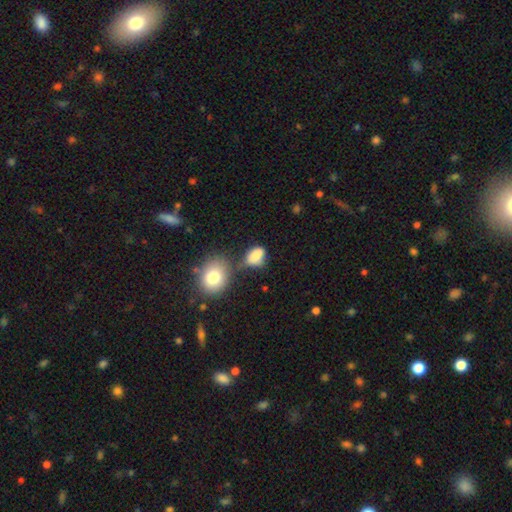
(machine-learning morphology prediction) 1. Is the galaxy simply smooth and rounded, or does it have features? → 80% smooth, 10% star or artifact, 10% featured or disk.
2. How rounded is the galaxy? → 78% in between, 20% round, 2% cigar-shaped.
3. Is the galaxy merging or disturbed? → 37% none, 28% minor disturbance, 20% merger, 14% major disturbance.